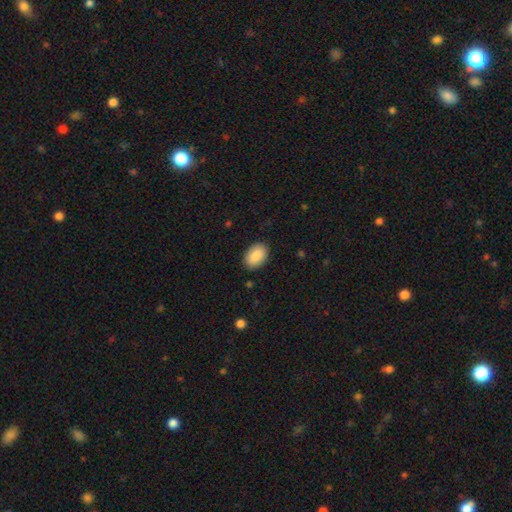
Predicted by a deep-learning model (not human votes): Overall: smooth (87%). How rounded: in between (90%). Merging: none (88%).